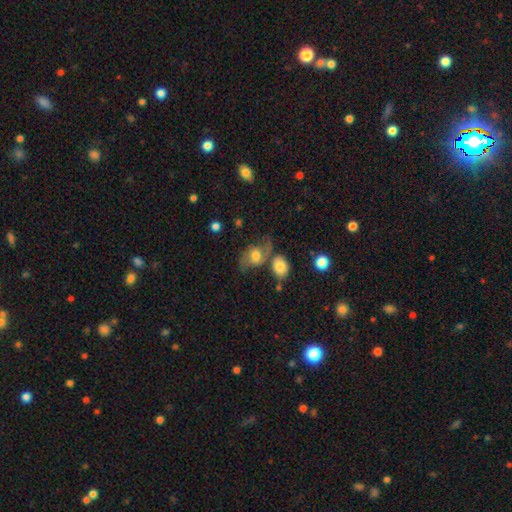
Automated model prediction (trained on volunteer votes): This appears to be a smooth galaxy with no disk features (50%). Merging: none (39%).